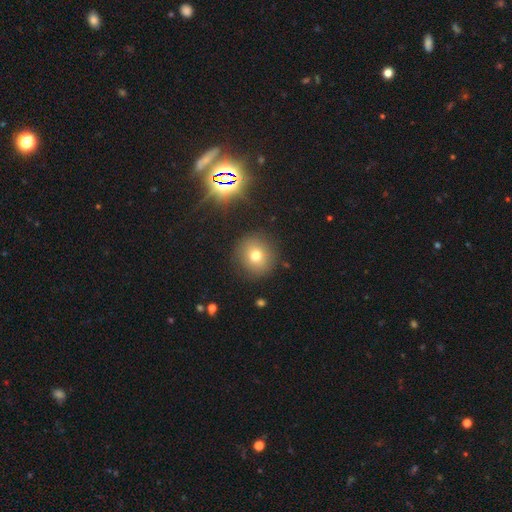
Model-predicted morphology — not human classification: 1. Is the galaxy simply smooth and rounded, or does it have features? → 72% smooth, 16% star or artifact, 12% featured or disk.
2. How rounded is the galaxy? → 91% round, 8% in between, 1% cigar-shaped.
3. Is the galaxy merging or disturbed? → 88% none, 8% minor disturbance, 3% major disturbance, 2% merger.